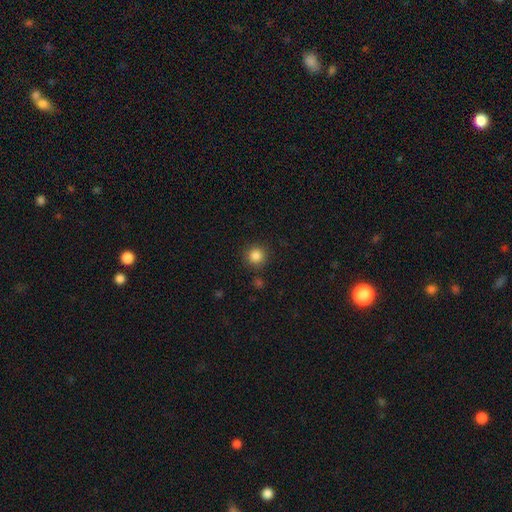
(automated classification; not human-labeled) Overall: smooth (85%). How rounded: round (94%). Merging: none (87%).